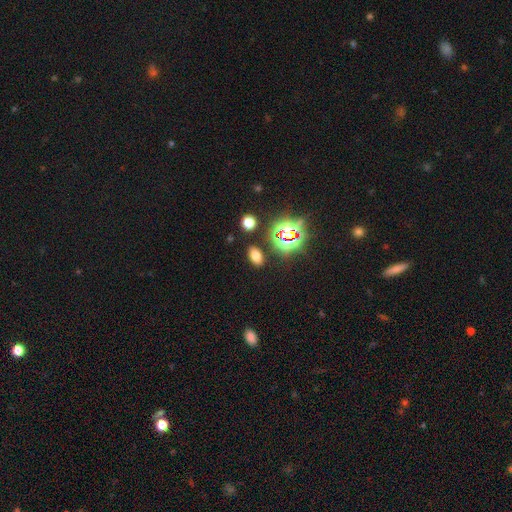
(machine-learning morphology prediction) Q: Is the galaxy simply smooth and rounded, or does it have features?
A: smooth — 63%.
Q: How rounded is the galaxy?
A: in between — 87%.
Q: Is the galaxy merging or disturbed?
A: none — 87%.